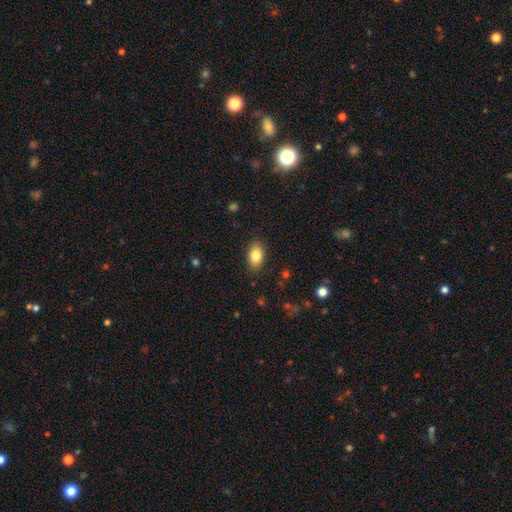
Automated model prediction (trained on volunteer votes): A smooth galaxy with no disk features (83%) that is in between round and cigar-shaped (89%). Merging: none (87%).